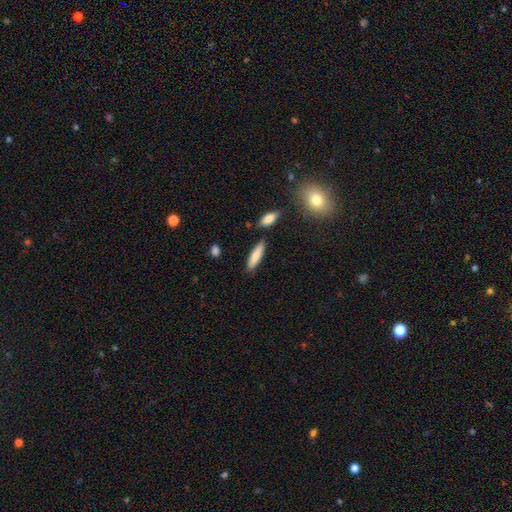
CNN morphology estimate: Overall: smooth (79%). How rounded: cigar-shaped (68%; in between 30%). Merging: none (82%).